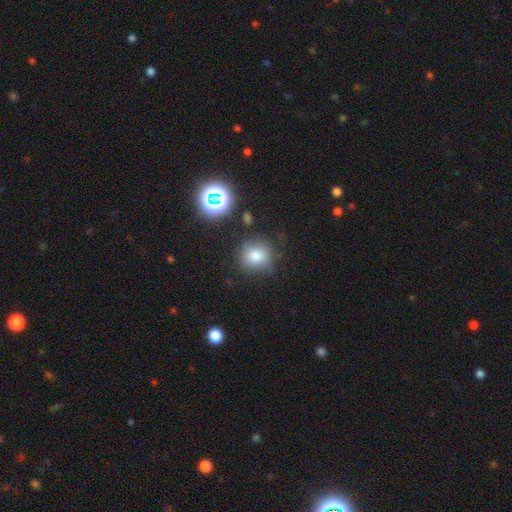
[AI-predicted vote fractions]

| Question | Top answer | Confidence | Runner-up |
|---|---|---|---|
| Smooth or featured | smooth | 76% | star or artifact (16%) |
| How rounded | round | 80% | in between (19%) |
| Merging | none | 77% | minor disturbance (15%) |